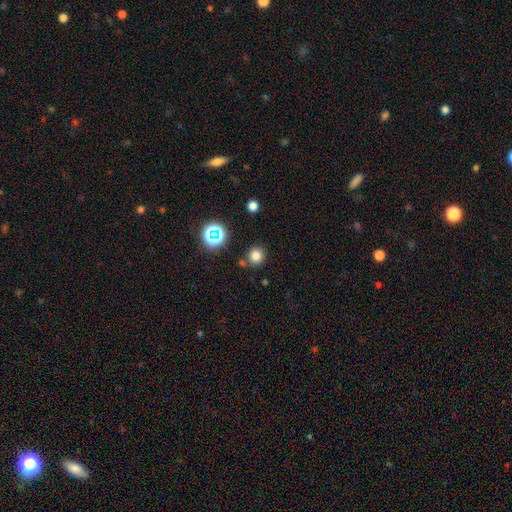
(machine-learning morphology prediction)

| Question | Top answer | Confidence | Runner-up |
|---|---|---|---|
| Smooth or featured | smooth | 77% | star or artifact (17%) |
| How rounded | round | 90% | in between (9%) |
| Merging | none | 79% | minor disturbance (9%) |